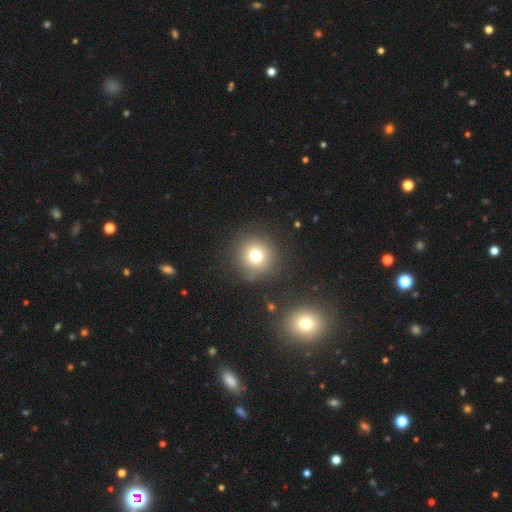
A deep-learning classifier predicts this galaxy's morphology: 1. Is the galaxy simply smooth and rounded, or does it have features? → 73% smooth, 15% star or artifact, 12% featured or disk.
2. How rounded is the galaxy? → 94% round, 5% in between, 1% cigar-shaped.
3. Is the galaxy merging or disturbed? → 84% none, 9% minor disturbance, 4% major disturbance, 3% merger.